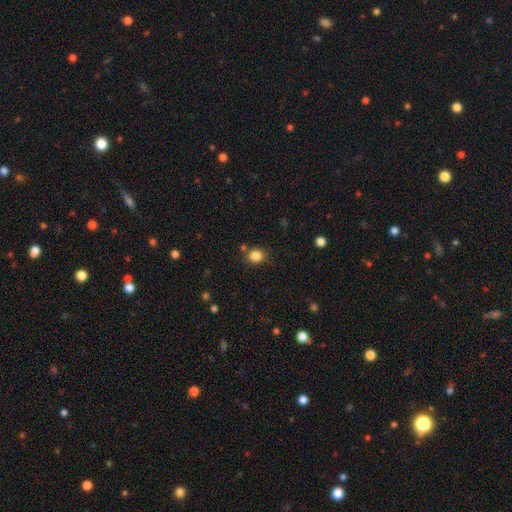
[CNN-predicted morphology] type=smooth (85%); roundness=round (82%); merging=none (81%).